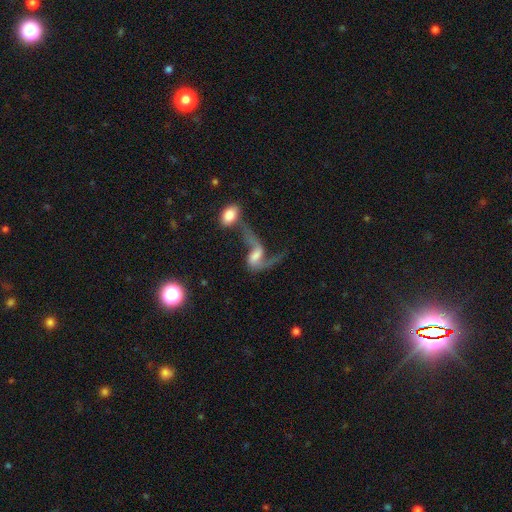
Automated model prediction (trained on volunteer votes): Smooth or featured?
  - featured or disk: 69% *
  - smooth: 22%
  - star or artifact: 10%
Edge-on disk?
  - no: 95% *
  - yes: 5%
Bar?
  - no: 44% *
  - weak: 39%
  - strong: 16%
Spiral arms?
  - yes: 82% *
  - no: 18%
Spiral winding?
  - loose: 86% *
  - medium: 11%
  - tight: 3%
Spiral arm count?
  - 2: 69% *
  - 1: 23%
  - can't tell: 4%
  - 3: 1%
  - 4: 1%
  - more than 4: 1%
Bulge size?
  - moderate: 32% *
  - none: 24%
  - small: 22%
  - large: 19%
  - dominant: 4%
Merging?
  - merger: 45% *
  - major disturbance: 29%
  - none: 17%
  - minor disturbance: 9%